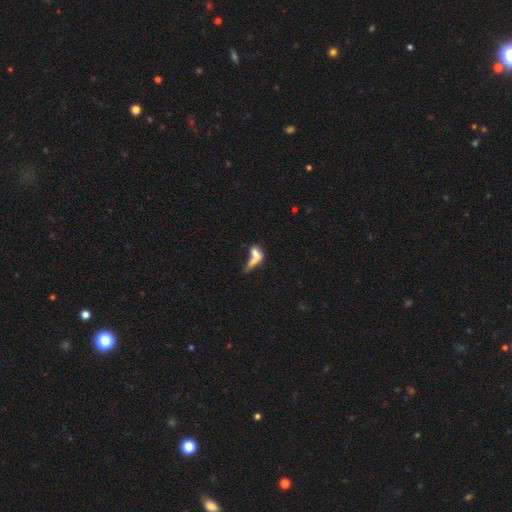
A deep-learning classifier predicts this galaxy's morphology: A smooth galaxy with no disk features (58%) that is in between round and cigar-shaped (56%).

Vote fractions:
- Smooth or featured? smooth: 58% / featured or disk: 29% / star or artifact: 12%
- How rounded? in between: 56% / cigar-shaped: 35% / round: 9%
- Merging? merger: 41% / major disturbance: 26% / none: 20% / minor disturbance: 13%